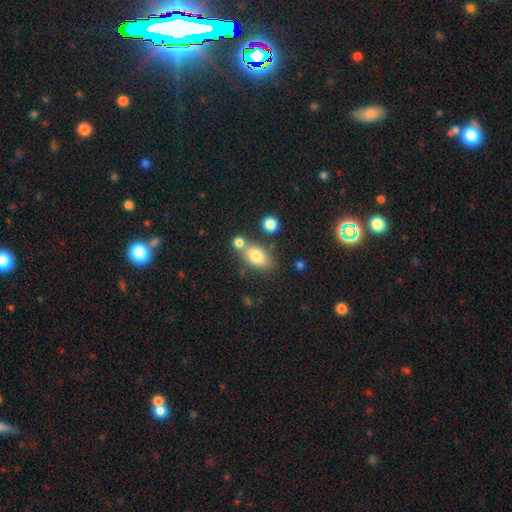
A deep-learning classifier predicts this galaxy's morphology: Smooth or featured? smooth (78%)
How rounded? in between (86%)
Merging? none (54%)